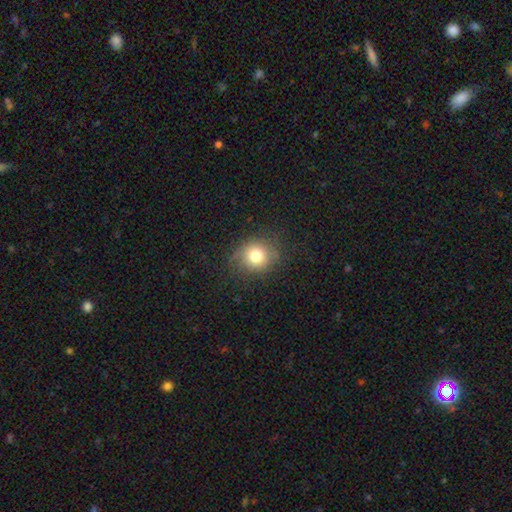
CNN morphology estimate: A smooth galaxy with no disk features (76%) that is round (84%). Merging: none (79%).